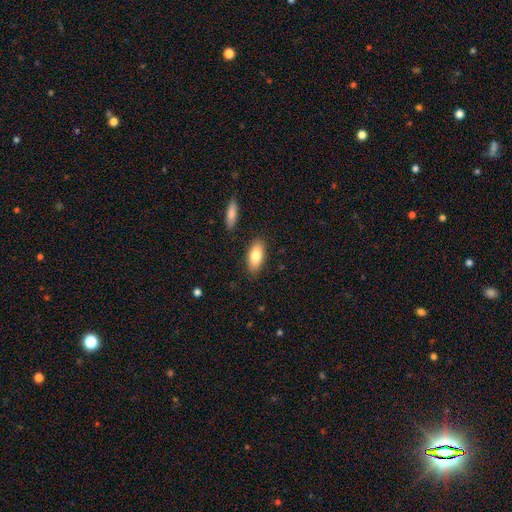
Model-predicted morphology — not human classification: smooth-or-featured: smooth: 80% | featured or disk: 14% | star or artifact: 7%
  how-rounded: in between: 85% | cigar-shaped: 12% | round: 3%
  merging: none: 86% | minor disturbance: 9% | merger: 2% | major disturbance: 2%